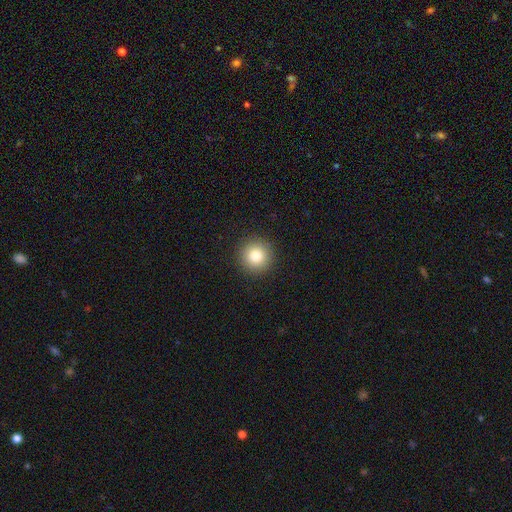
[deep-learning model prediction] Q: Smooth or featured?
A: smooth (82%); runner-up: star or artifact (11%)
Q: How rounded?
A: round (95%); runner-up: in between (4%)
Q: Merging?
A: none (92%); runner-up: minor disturbance (5%)